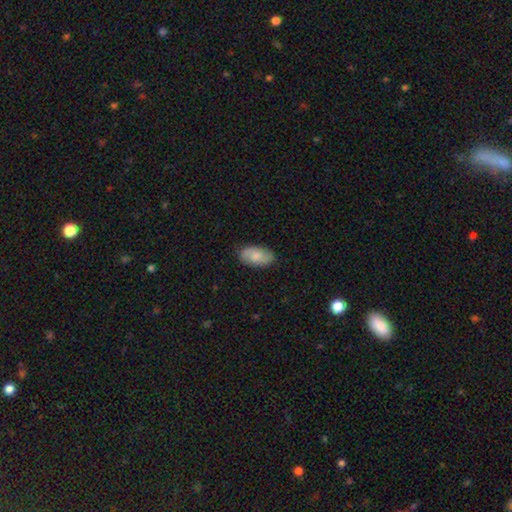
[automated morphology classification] A smooth galaxy with no disk features (62%) that is in between round and cigar-shaped (94%). Merging: none (84%).